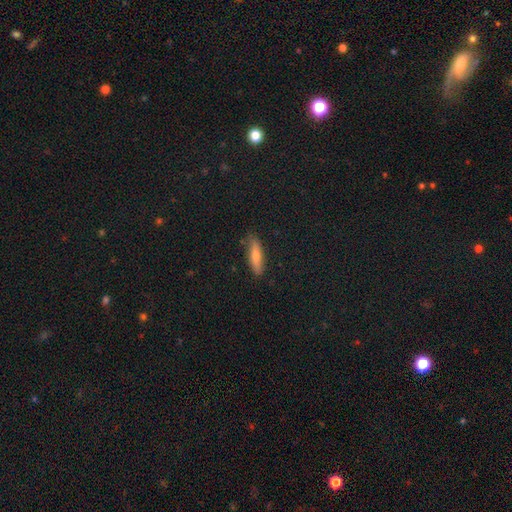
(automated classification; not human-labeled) This is likely a smooth galaxy (61%). How rounded: likely cigar-shaped (73%). Merging: clearly none (84%).